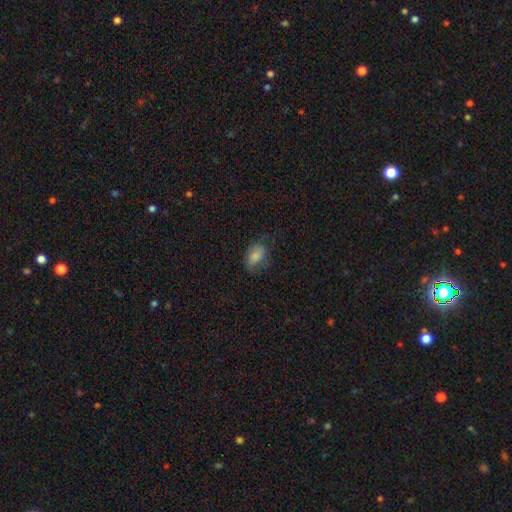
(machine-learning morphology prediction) Smooth or featured?
  - smooth: 78% *
  - featured or disk: 12%
  - star or artifact: 9%
How rounded?
  - in between: 81% *
  - round: 17%
  - cigar-shaped: 2%
Merging?
  - none: 56% *
  - minor disturbance: 28%
  - major disturbance: 14%
  - merger: 1%